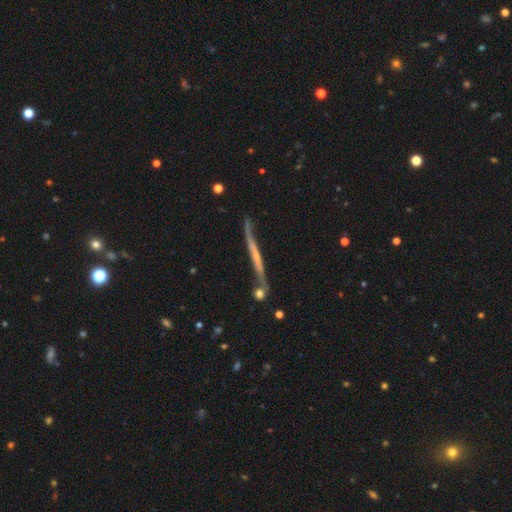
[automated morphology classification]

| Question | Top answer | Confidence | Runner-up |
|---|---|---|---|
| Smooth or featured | featured or disk | 72% | smooth (22%) |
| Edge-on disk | yes | 87% | no (13%) |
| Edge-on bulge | none | 69% | rounded (20%) |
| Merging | none | 60% | minor disturbance (22%) |